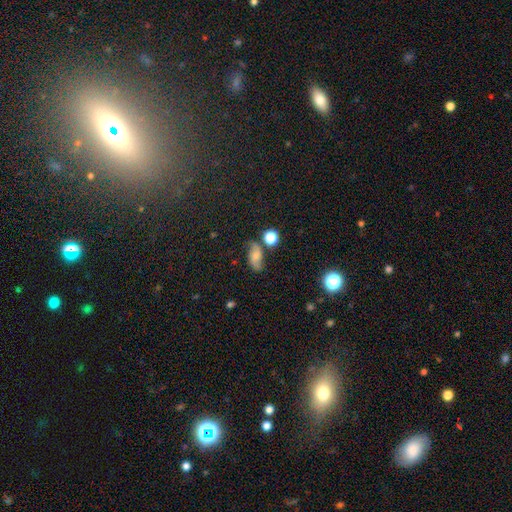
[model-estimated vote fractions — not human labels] A featured or disk galaxy (44%).

Vote fractions:
- Smooth or featured? featured or disk: 44% / smooth: 42% / star or artifact: 14%
- Merging? none: 65% / minor disturbance: 19% / merger: 9% / major disturbance: 7%